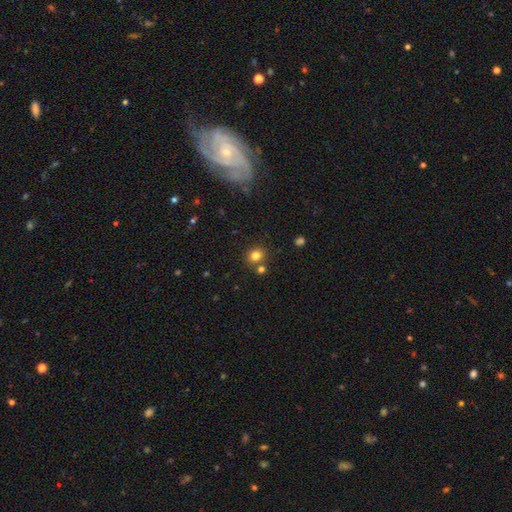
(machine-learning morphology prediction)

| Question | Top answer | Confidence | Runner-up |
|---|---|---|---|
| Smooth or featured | smooth | 80% | star or artifact (14%) |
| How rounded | round | 79% | in between (20%) |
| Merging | none | 75% | merger (14%) |